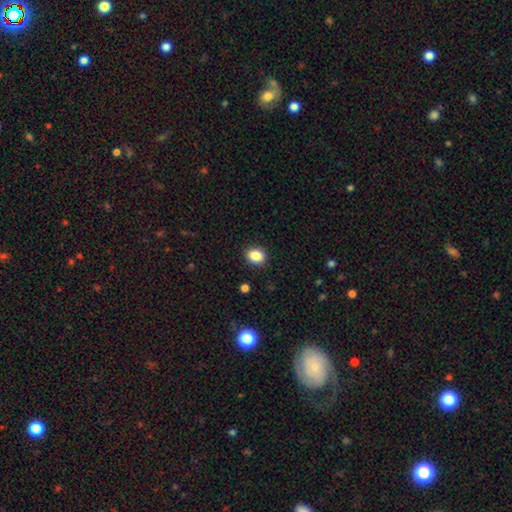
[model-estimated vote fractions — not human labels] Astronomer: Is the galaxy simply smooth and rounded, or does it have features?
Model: smooth — 85%.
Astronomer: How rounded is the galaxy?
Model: round — 57% (runner-up: in between, 42%).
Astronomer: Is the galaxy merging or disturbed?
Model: none — 90%.